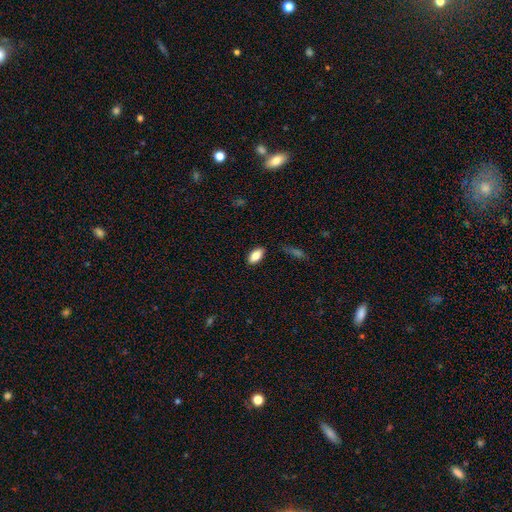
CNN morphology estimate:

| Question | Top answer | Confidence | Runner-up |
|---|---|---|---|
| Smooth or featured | smooth | 82% | featured or disk (11%) |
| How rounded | in between | 90% | cigar-shaped (7%) |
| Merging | none | 86% | minor disturbance (10%) |